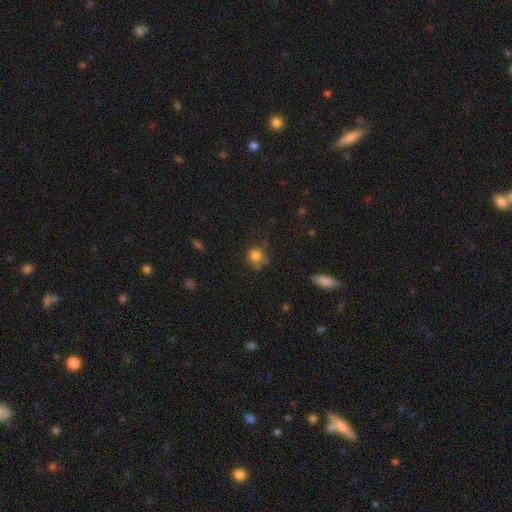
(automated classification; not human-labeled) smooth 78%, star or artifact 12%, featured or disk 10%. Down the decision tree: how rounded — round (83%); merging — none (56%).